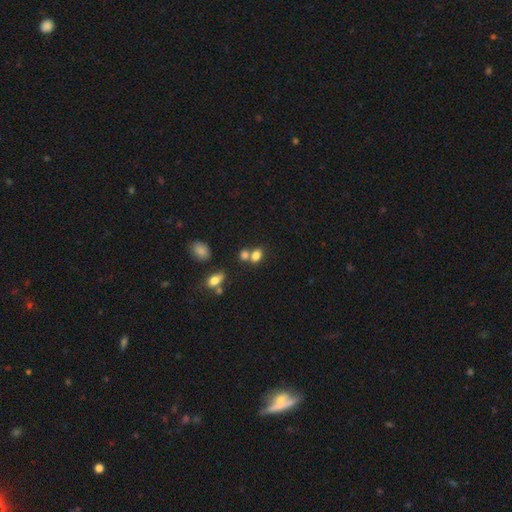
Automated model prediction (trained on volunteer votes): smooth 78%, star or artifact 13%, featured or disk 9%. Down the decision tree: how rounded — in between (65%); merging — none (45%).